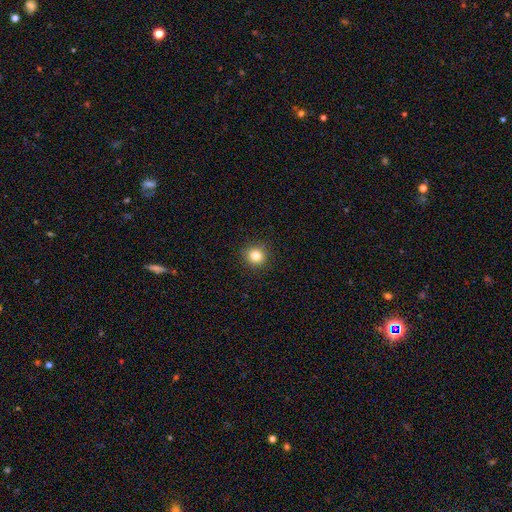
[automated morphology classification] Q: Smooth or featured?
A: smooth (83%); runner-up: star or artifact (12%)
Q: How rounded?
A: round (92%); runner-up: in between (7%)
Q: Merging?
A: none (92%); runner-up: minor disturbance (6%)